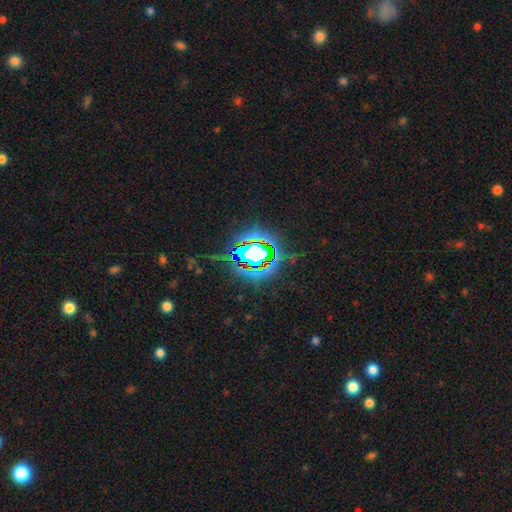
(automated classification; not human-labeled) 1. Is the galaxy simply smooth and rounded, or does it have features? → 78% star or artifact, 11% smooth, 10% featured or disk.